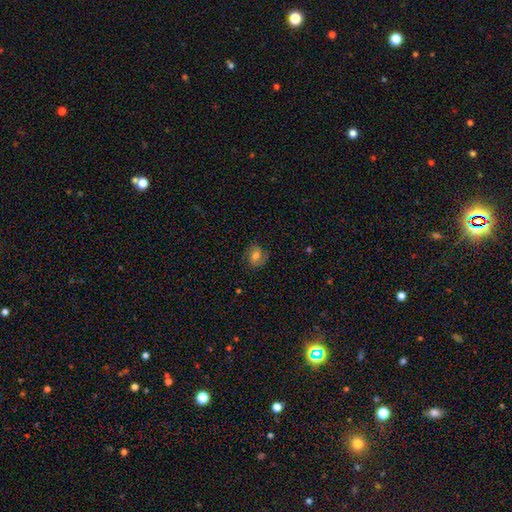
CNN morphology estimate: smooth_or_featured: smooth (p=0.60) [alt: featured or disk p=0.29]
how_rounded: round (p=0.50) [alt: in between p=0.49]
merging: none (p=0.74) [alt: minor disturbance p=0.18]